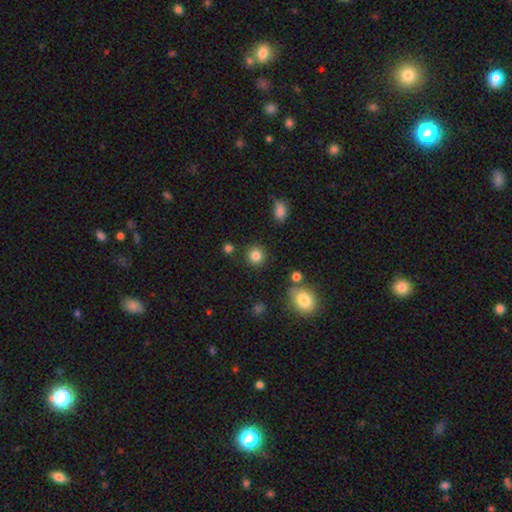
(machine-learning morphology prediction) Overall: smooth (84%). How rounded: round (91%). Merging: none (88%).